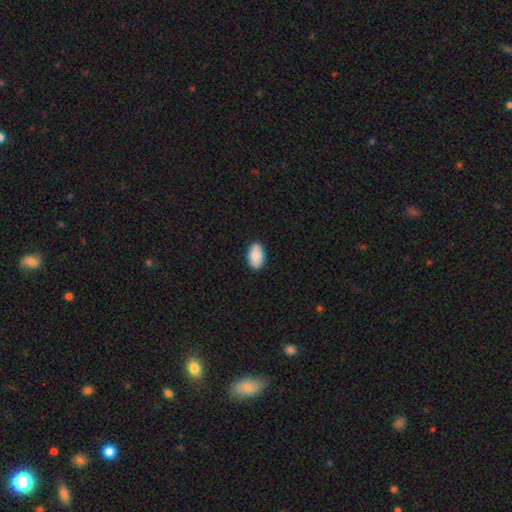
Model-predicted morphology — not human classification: Smooth or featured? smooth (86%)
How rounded? in between (93%)
Merging? none (88%)